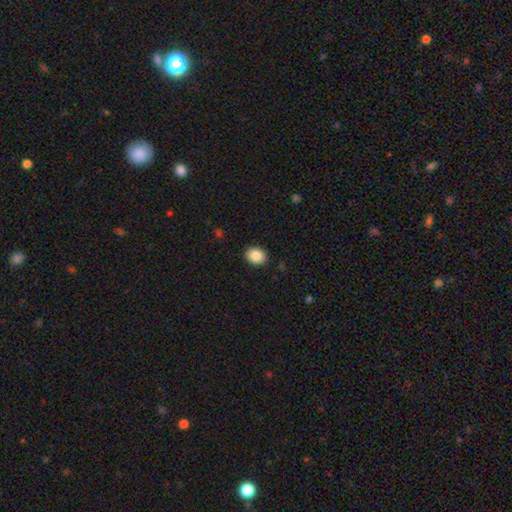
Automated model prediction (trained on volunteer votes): Smooth or featured?
  - smooth: 87% *
  - star or artifact: 8%
  - featured or disk: 5%
How rounded?
  - round: 51% *
  - in between: 49%
  - cigar-shaped: 1%
Merging?
  - none: 90% *
  - minor disturbance: 7%
  - major disturbance: 2%
  - merger: 1%